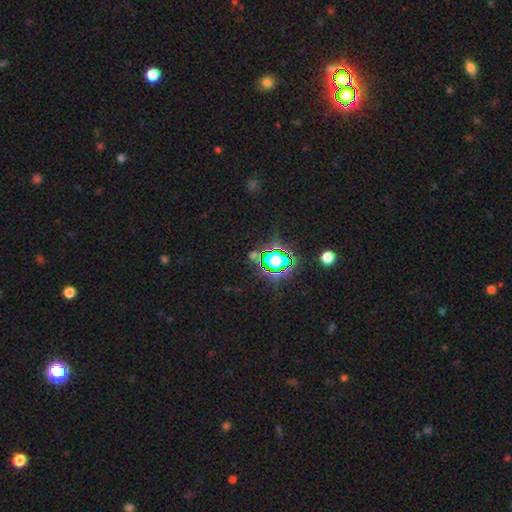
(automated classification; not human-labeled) Overall: star or artifact (71%).